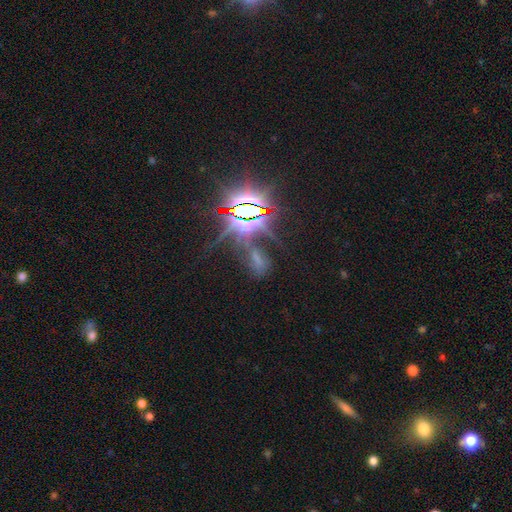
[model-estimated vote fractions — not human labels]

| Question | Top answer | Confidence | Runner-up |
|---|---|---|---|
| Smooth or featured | star or artifact | 76% | featured or disk (15%) |